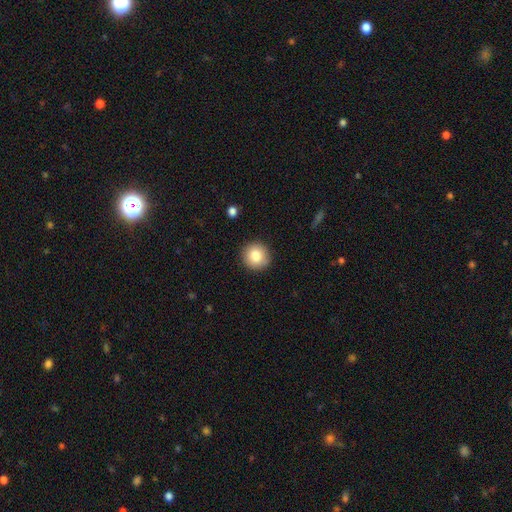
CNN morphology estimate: Smooth or featured? smooth (83%)
How rounded? round (94%)
Merging? none (90%)